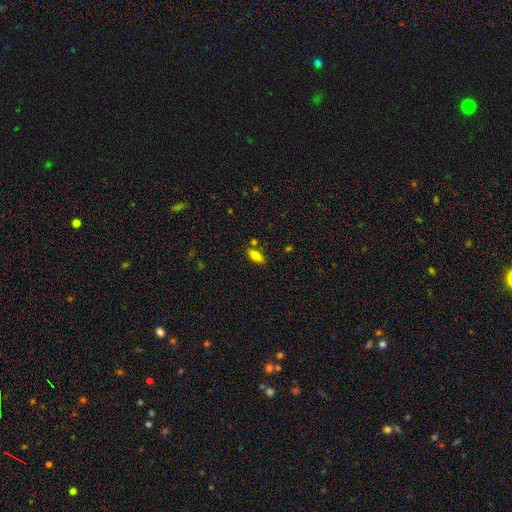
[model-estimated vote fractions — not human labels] smooth 76%, featured or disk 16%, star or artifact 8%. Down the decision tree: how rounded — in between (80%); merging — none (80%).